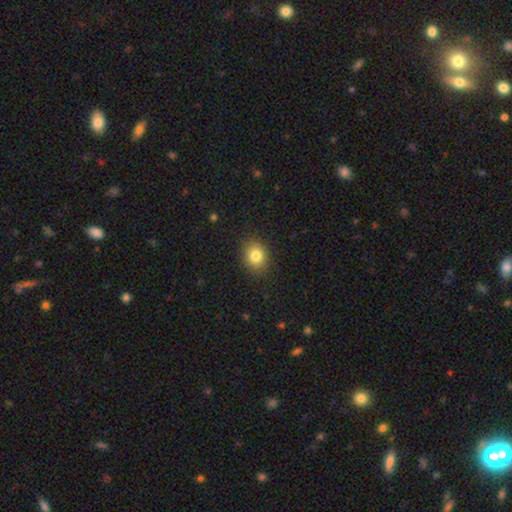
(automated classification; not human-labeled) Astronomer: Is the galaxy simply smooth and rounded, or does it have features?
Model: smooth — 82%.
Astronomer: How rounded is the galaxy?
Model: round — 63%.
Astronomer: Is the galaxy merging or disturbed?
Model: none — 88%.